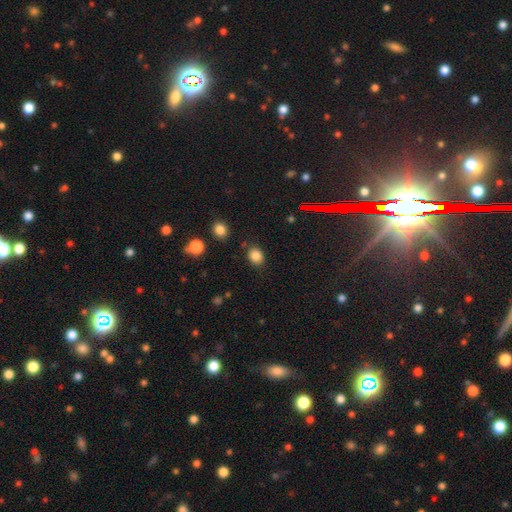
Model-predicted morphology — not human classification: Overall: smooth (83%). How rounded: round (50%; in between 49%). Merging: none (81%).